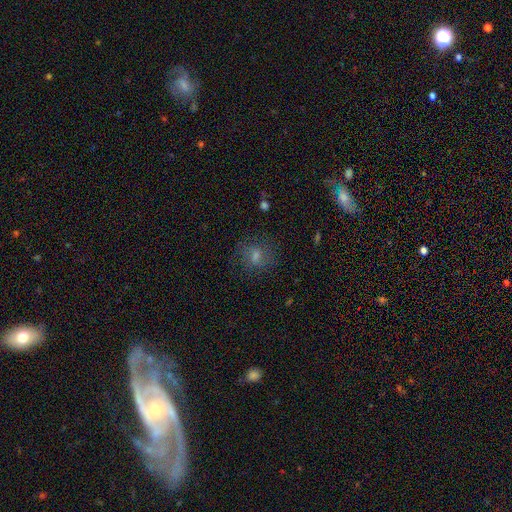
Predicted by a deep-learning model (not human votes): smooth-or-featured: smooth: 47% | star or artifact: 26% | featured or disk: 26%
  merging: none: 78% | minor disturbance: 13% | major disturbance: 7% | merger: 2%